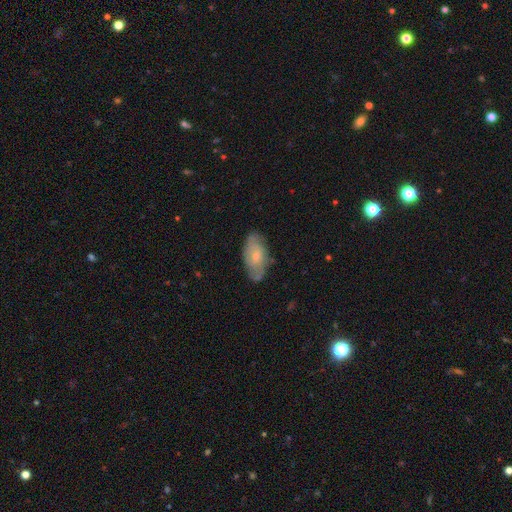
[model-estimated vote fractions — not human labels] Morphology: type=featured or disk (47%, tied with smooth); merging=none (68%).